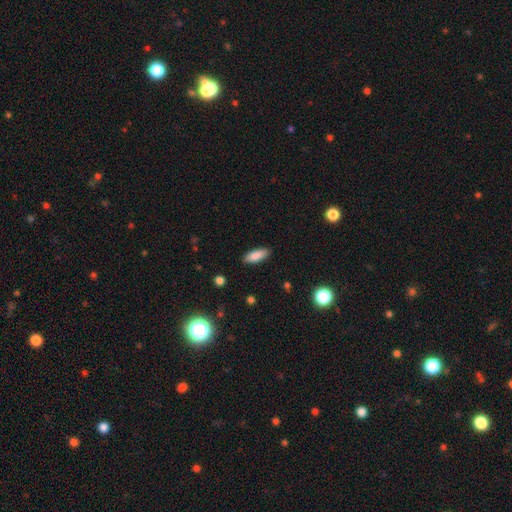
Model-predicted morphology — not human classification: This appears to be a smooth galaxy with no disk features (86%) that is in between round and cigar-shaped (71%). Merging: none (87%).